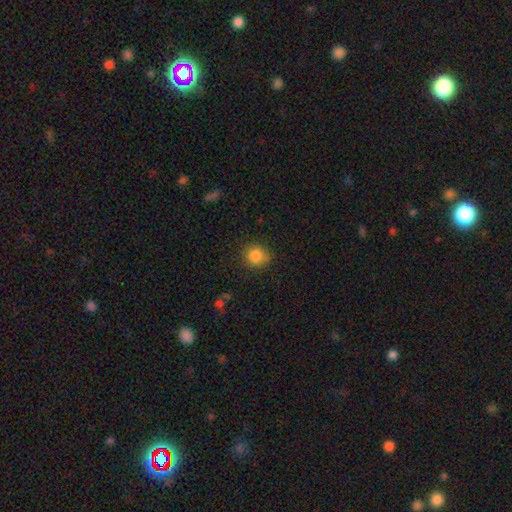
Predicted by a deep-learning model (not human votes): smooth_or_featured: smooth (p=0.86) [alt: star or artifact p=0.10]
how_rounded: round (p=0.87) [alt: in between p=0.12]
merging: none (p=0.84) [alt: minor disturbance p=0.11]